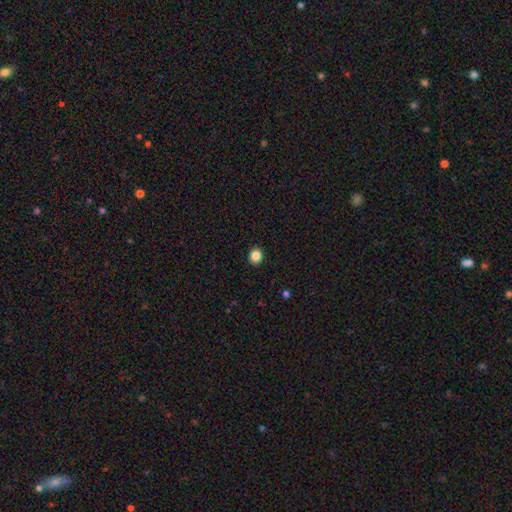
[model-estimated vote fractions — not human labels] The model was most divided on "how rounded": round: 78%, in between: 21%, cigar-shaped: 1%. More confident: merging — none (92%); smooth or featured — smooth (85%).